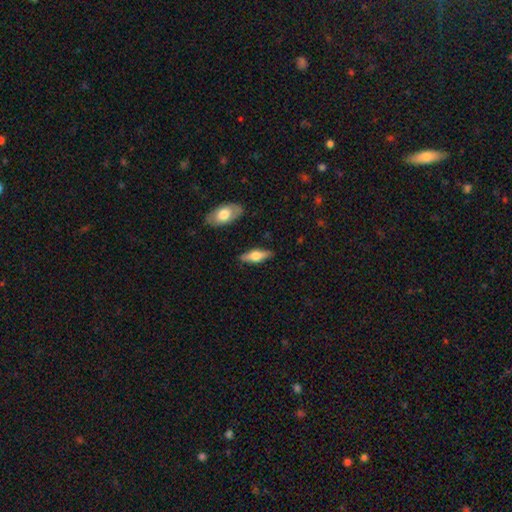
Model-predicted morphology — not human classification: Smooth or featured? Predicted: smooth (p=0.48). Merging? Predicted: none (p=0.86).